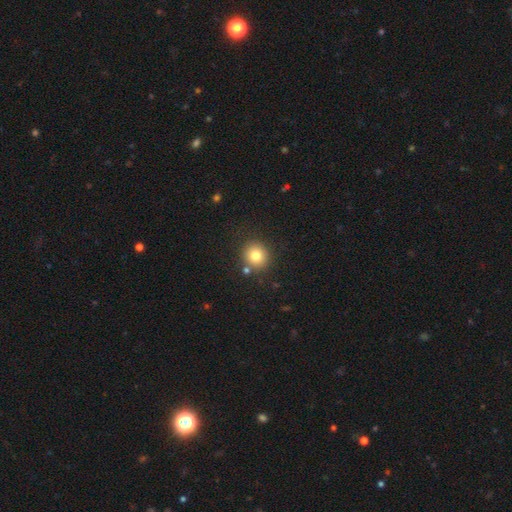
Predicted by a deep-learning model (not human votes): smooth 80%, star or artifact 12%, featured or disk 8%. Down the decision tree: how rounded — round (91%); merging — none (83%).